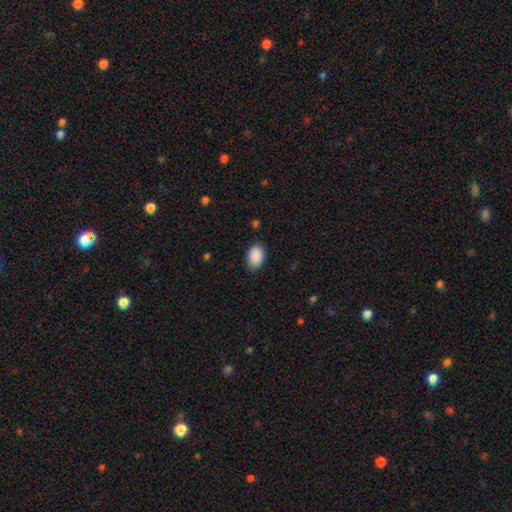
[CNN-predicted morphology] smooth-or-featured: smooth: 91% | star or artifact: 7% | featured or disk: 3%
  how-rounded: in between: 88% | round: 11% | cigar-shaped: 1%
  merging: none: 84% | minor disturbance: 12% | major disturbance: 3% | merger: 1%